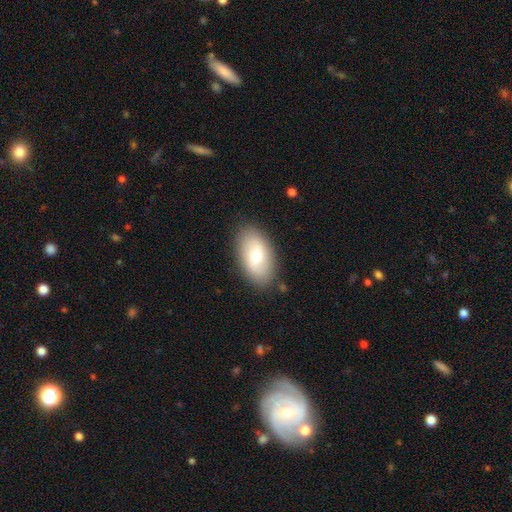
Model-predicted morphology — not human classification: smooth 67%, featured or disk 27%, star or artifact 7%. Down the decision tree: how rounded — in between (93%); merging — none (87%).